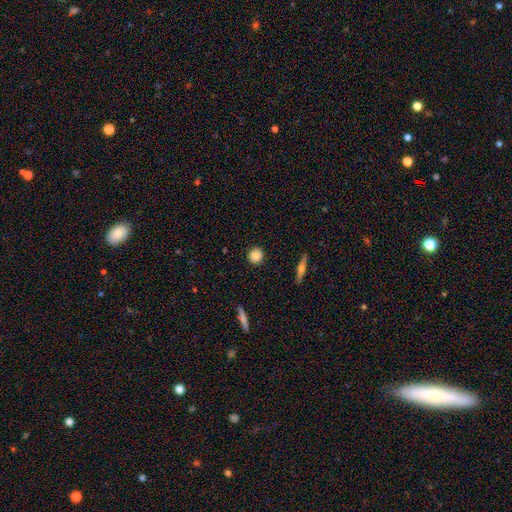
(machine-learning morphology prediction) Overall: smooth (85%). How rounded: round (90%). Merging: none (91%).